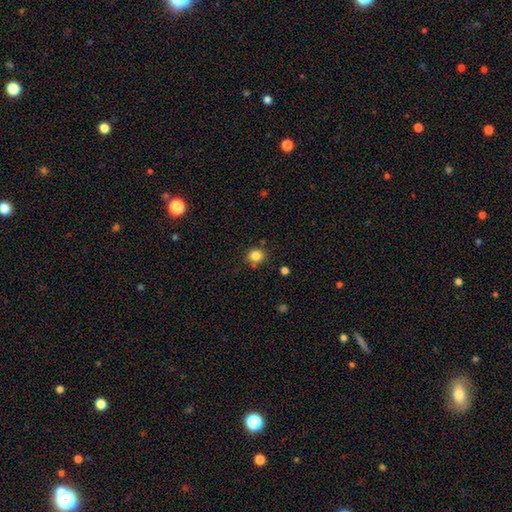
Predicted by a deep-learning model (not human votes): A smooth galaxy with no disk features (83%) that is round (79%).

Vote fractions:
- Smooth or featured? smooth: 83% / star or artifact: 12% / featured or disk: 5%
- How rounded? round: 79% / in between: 20% / cigar-shaped: 1%
- Merging? none: 78% / minor disturbance: 12% / merger: 6% / major disturbance: 3%